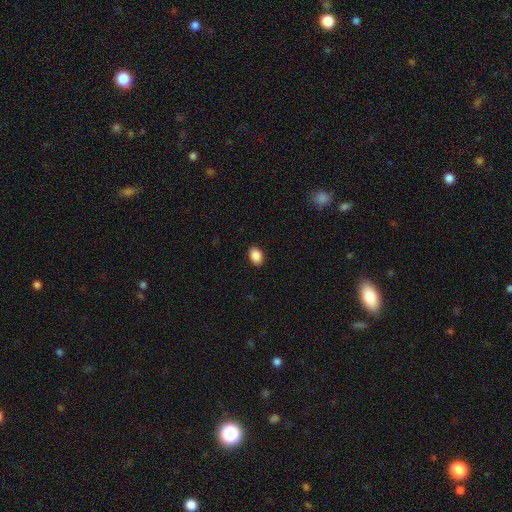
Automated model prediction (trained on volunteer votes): This is clearly a smooth galaxy (89%). How rounded: likely in between (79%). Merging: clearly none (91%).